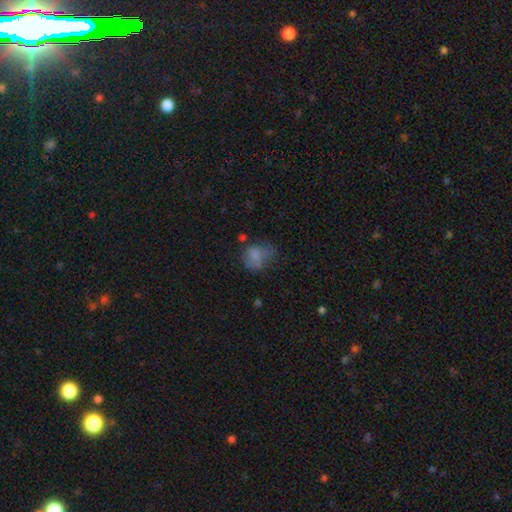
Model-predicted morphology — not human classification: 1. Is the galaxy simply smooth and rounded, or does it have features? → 69% smooth, 18% featured or disk, 13% star or artifact.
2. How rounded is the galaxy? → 56% in between, 43% round, 1% cigar-shaped.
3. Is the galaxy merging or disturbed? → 33% none, 32% major disturbance, 29% minor disturbance, 7% merger.